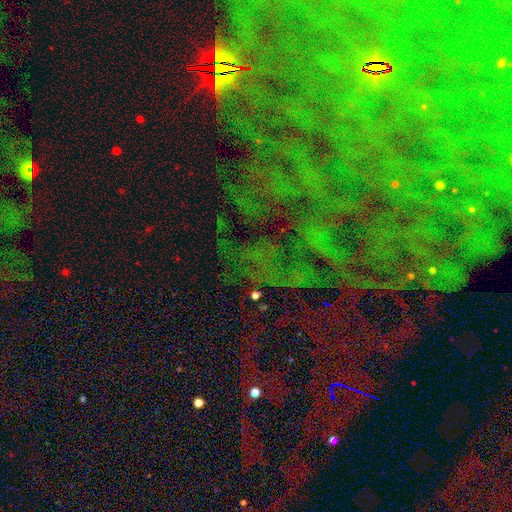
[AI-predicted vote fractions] A star or artifact, not a galaxy (75%).